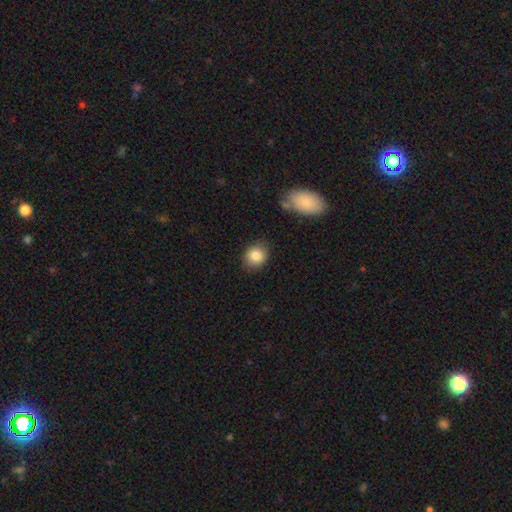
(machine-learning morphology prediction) This is clearly a smooth galaxy (85%). How rounded: likely round (70%). Merging: clearly none (82%).